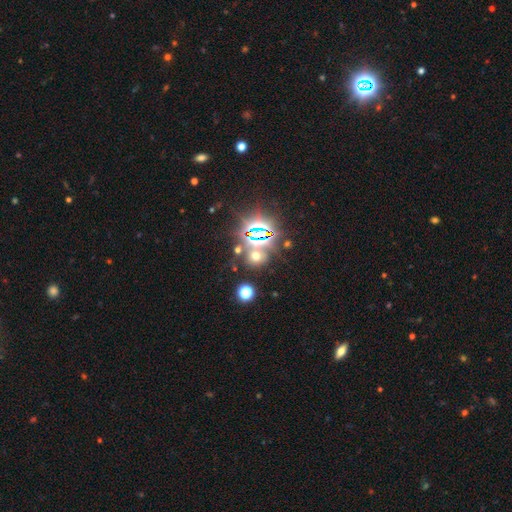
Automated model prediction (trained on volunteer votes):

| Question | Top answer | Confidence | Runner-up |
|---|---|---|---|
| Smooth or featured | star or artifact | 58% | smooth (34%) |